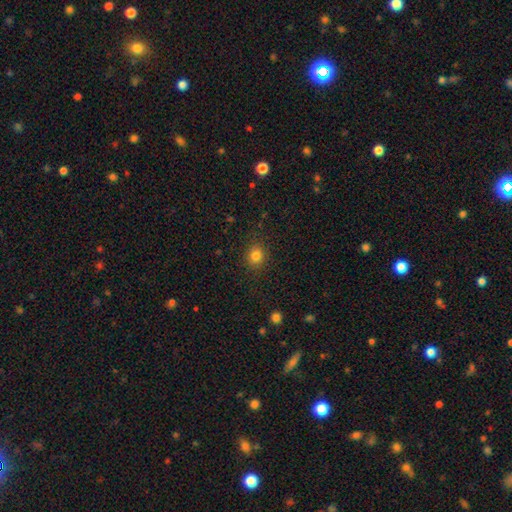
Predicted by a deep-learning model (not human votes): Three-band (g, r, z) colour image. It shows a smooth galaxy with no disk features (82%) that is round (77%). Merging: none (88%).